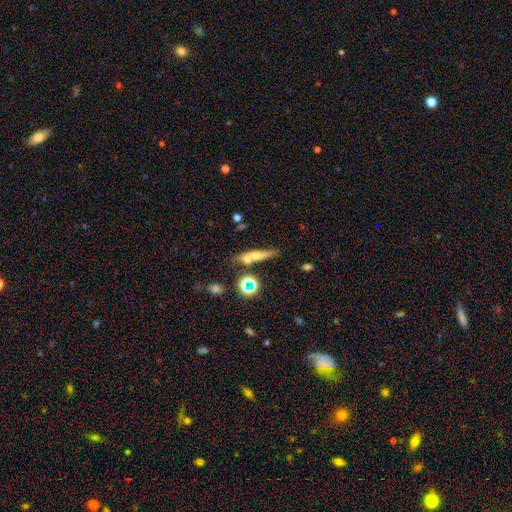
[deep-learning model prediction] smooth_or_featured: smooth (p=0.46) [alt: featured or disk p=0.38]
merging: none (p=0.59) [alt: merger p=0.21]